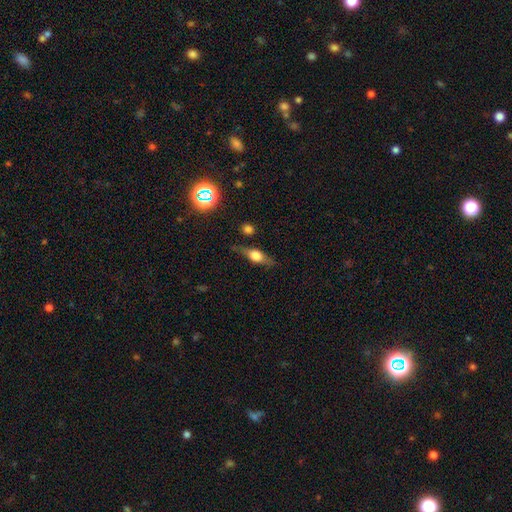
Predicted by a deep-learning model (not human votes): Morphology: type=featured or disk (51%); edge-on=yes (90%); merging=none (73%).